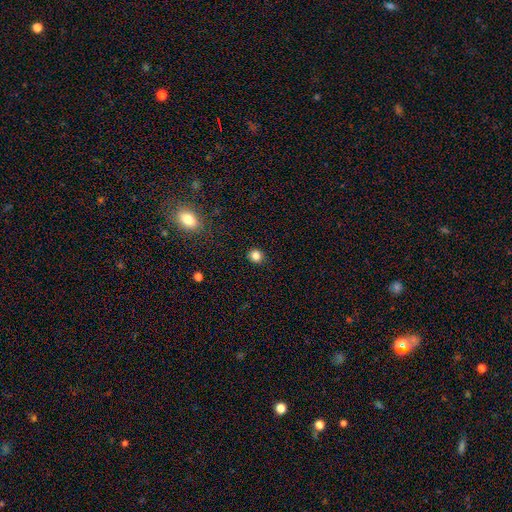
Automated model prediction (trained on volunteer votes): Morphology: type=smooth (83%); roundness=round (88%); merging=none (91%).